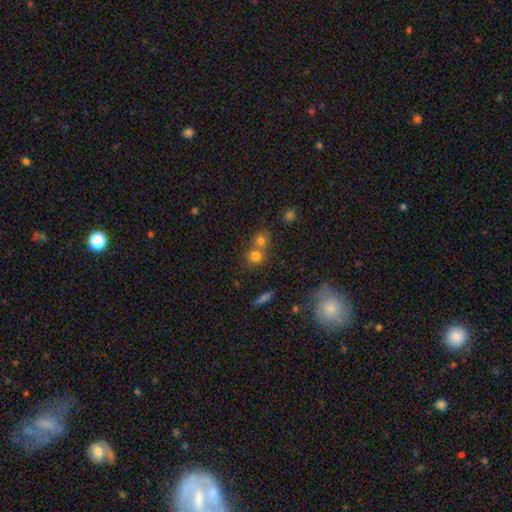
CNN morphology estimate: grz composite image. It shows a smooth galaxy with no disk features (76%) that is round (82%). Merging: merger (47%).